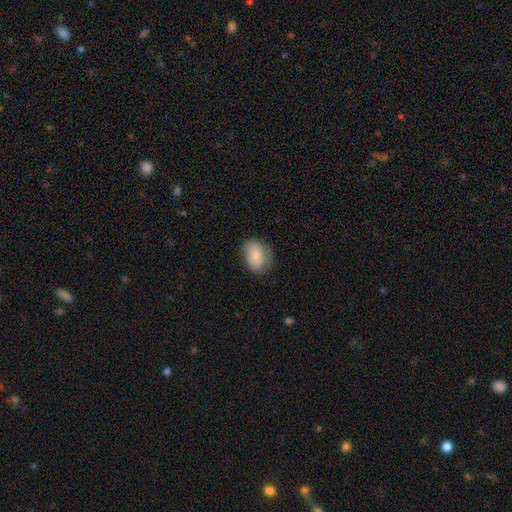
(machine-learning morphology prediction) smooth 78%, featured or disk 15%, star or artifact 7%. Down the decision tree: how rounded — in between (70%); merging — none (71%).